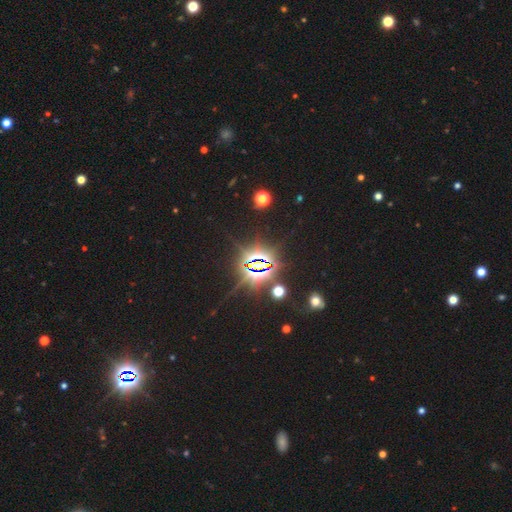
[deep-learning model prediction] Smooth or featured? star or artifact (85%)